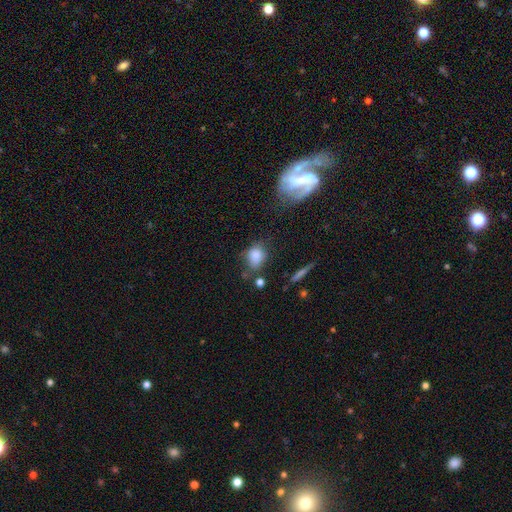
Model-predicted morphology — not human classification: Overall: smooth (80%). How rounded: in between (59%; round 38%). Merging: none (50%; minor disturbance 29%).